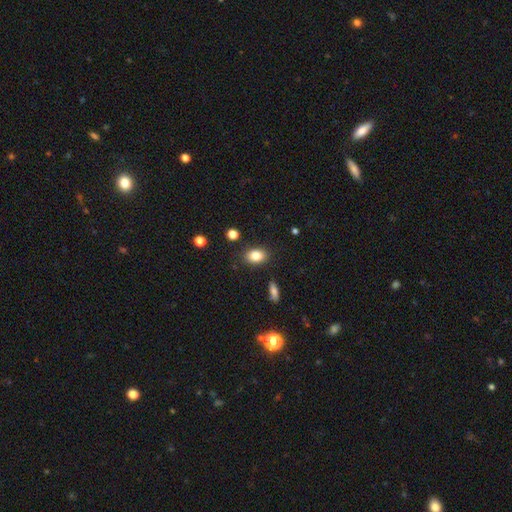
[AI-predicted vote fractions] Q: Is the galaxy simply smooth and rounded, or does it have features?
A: smooth — 83%.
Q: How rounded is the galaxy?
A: in between — 78%.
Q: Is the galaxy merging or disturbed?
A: none — 85%.